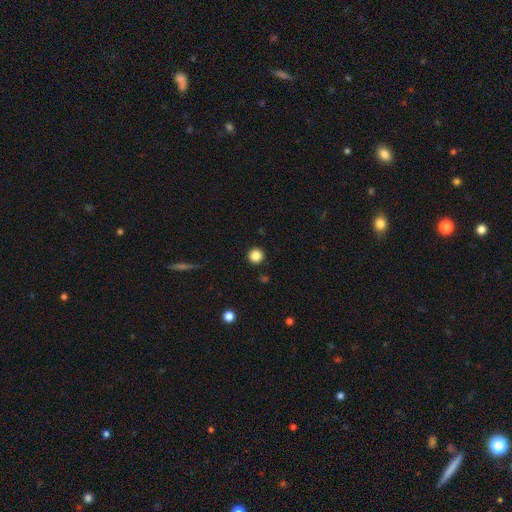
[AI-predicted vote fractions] This appears to be a smooth galaxy with no disk features (85%) that is round (96%). Merging: none (92%).